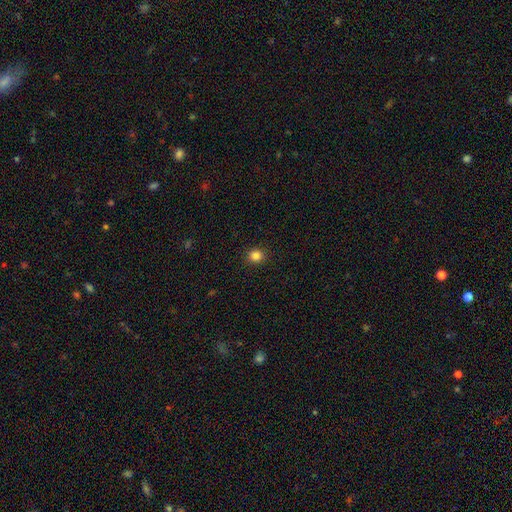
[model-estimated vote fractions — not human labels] Smooth or featured?
  - smooth: 84% *
  - star or artifact: 12%
  - featured or disk: 4%
How rounded?
  - round: 86% *
  - in between: 13%
  - cigar-shaped: 1%
Merging?
  - none: 92% *
  - minor disturbance: 5%
  - major disturbance: 2%
  - merger: 1%